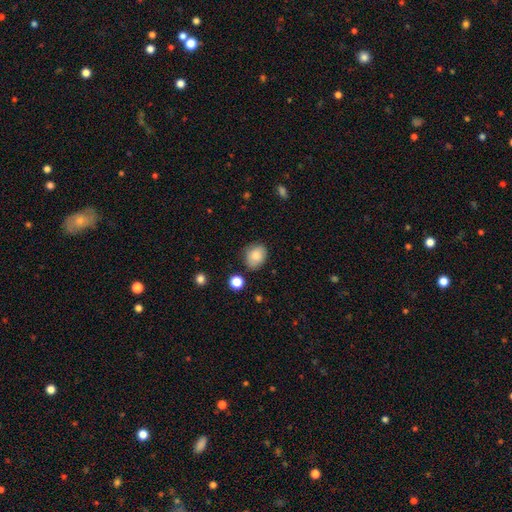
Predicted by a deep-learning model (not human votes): Smooth or featured? smooth (82%)
How rounded? in between (50%)
Merging? none (77%)